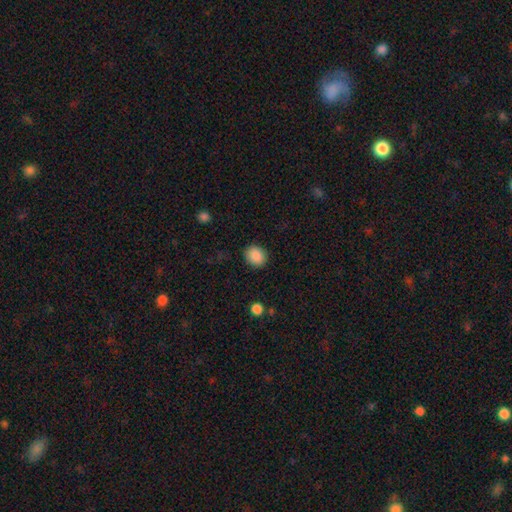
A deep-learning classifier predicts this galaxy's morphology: Smooth or featured?
  - smooth: 88% *
  - star or artifact: 8%
  - featured or disk: 3%
How rounded?
  - round: 66% *
  - in between: 33%
  - cigar-shaped: 1%
Merging?
  - none: 89% *
  - minor disturbance: 8%
  - major disturbance: 3%
  - merger: 1%